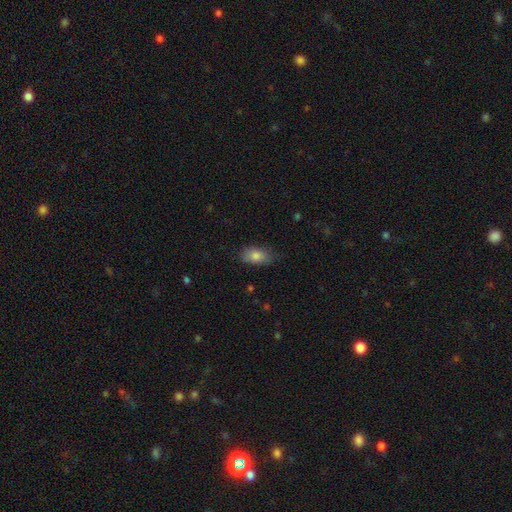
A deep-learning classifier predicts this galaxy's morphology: Smooth or featured: smooth — 83% (featured or disk — 9%)
How rounded: in between — 90% (round — 6%)
Merging: none — 76% (minor disturbance — 19%)